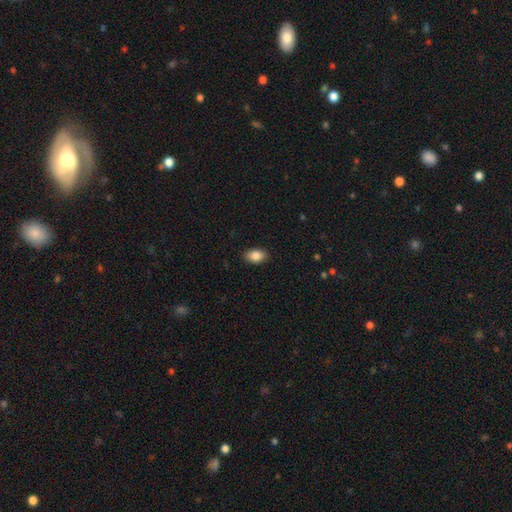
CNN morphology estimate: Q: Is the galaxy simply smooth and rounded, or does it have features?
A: smooth — 87%.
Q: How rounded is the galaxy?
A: in between — 88%.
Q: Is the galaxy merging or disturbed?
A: none — 89%.